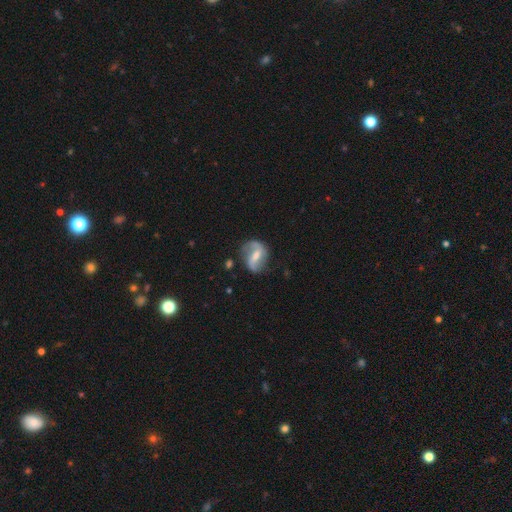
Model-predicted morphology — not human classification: Overall: featured or disk (76%). Edge-on disk: no (96%). Bar: weak (43%; strong 39%). Spiral arms: yes (88%). Spiral arm count: 2 (86%). Spiral winding: loose (57%; medium 32%). Bulge size: moderate (53%; small 36%). Merging: none (67%).